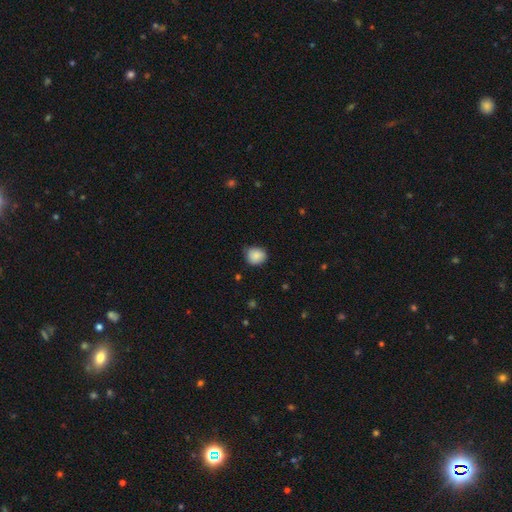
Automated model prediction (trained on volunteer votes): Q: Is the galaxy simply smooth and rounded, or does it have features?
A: smooth — 86%.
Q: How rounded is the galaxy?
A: round — 76%.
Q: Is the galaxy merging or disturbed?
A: none — 72%.